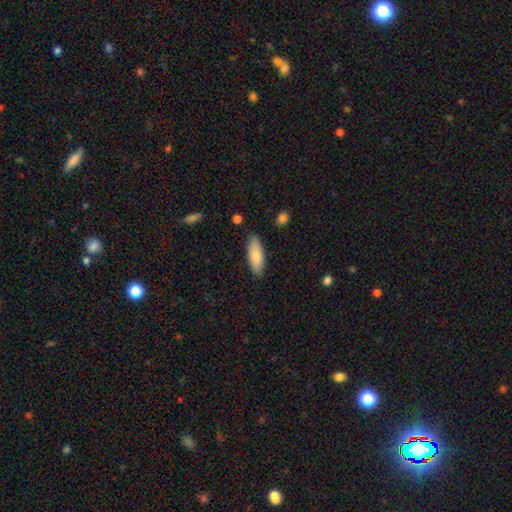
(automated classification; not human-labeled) This appears to be a smooth galaxy with no disk features (82%) that is in between round and cigar-shaped (73%). Merging: none (86%).